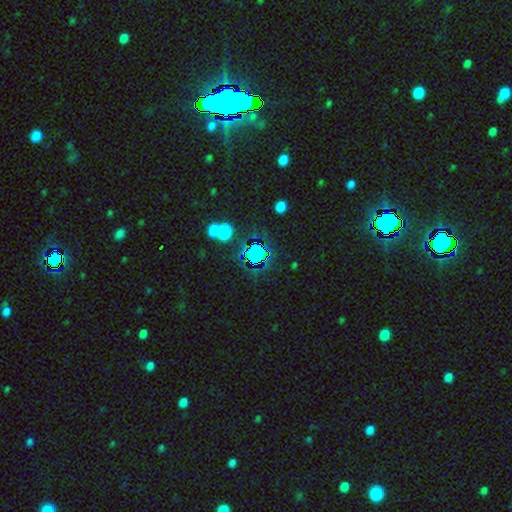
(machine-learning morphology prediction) smooth_or_featured: star or artifact (p=0.60) [alt: smooth p=0.29]